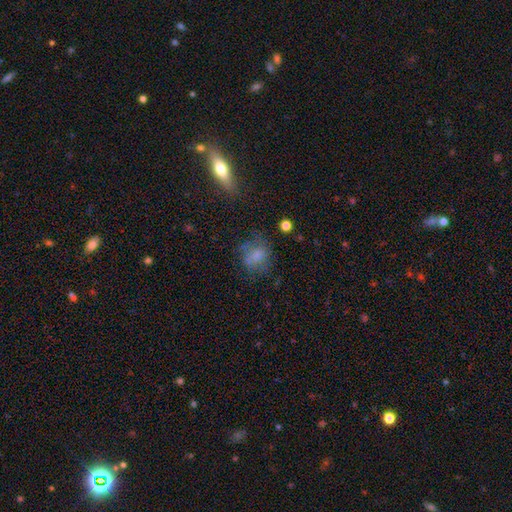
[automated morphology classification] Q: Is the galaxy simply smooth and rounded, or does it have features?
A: smooth — 65%.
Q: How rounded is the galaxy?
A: round — 63%.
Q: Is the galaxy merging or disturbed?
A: none — 52%.